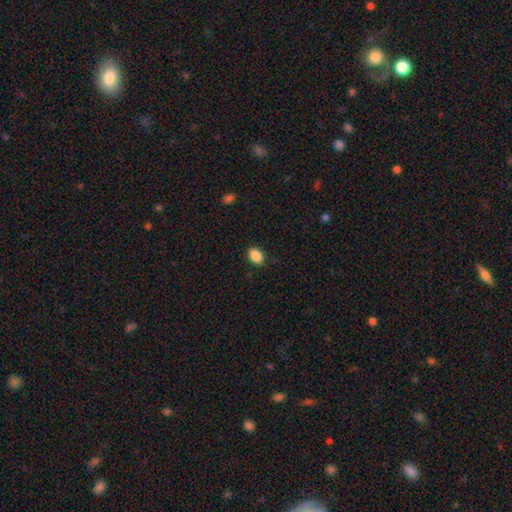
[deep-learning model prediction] Smooth or featured? smooth (88%)
How rounded? in between (75%)
Merging? none (87%)